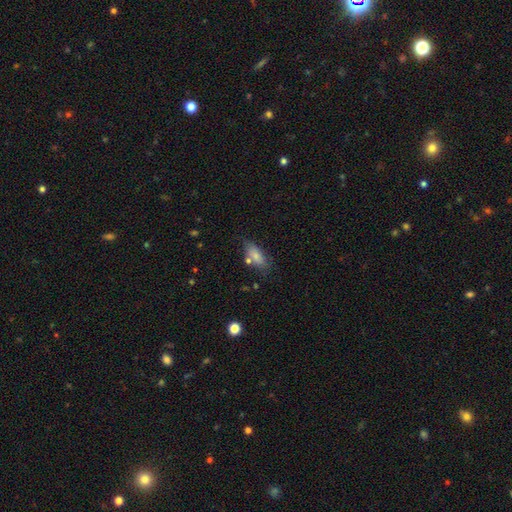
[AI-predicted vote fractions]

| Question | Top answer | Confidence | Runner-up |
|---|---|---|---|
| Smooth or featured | smooth | 78% | featured or disk (14%) |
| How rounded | in between | 79% | cigar-shaped (18%) |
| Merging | none | 64% | minor disturbance (20%) |